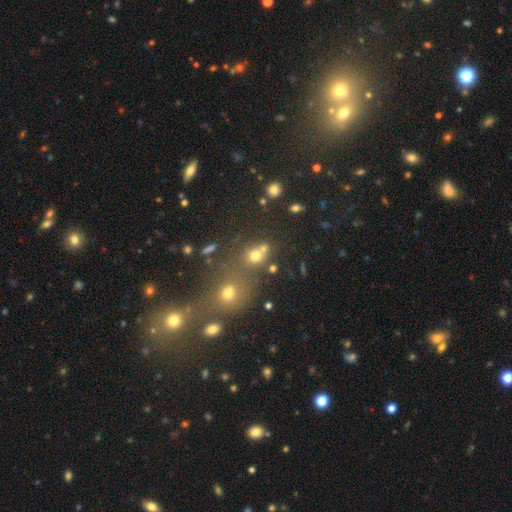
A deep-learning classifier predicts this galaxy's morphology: Q: Smooth or featured?
A: smooth (65%); runner-up: star or artifact (23%)
Q: How rounded?
A: round (77%); runner-up: in between (22%)
Q: Merging?
A: none (50%); runner-up: merger (35%)